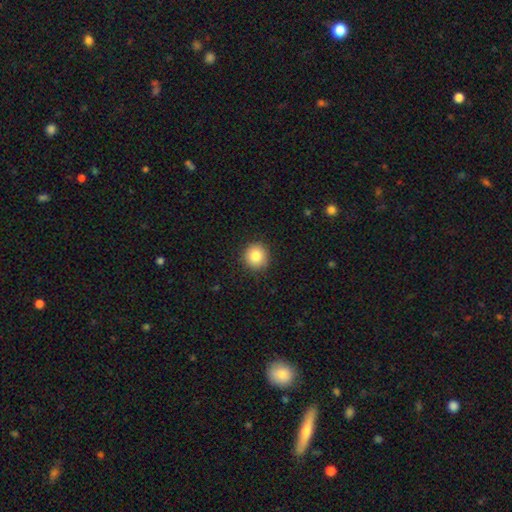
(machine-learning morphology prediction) The model was most divided on "smooth or featured": smooth: 84%, star or artifact: 9%, featured or disk: 7%. More confident: how rounded — round (93%); merging — none (90%).